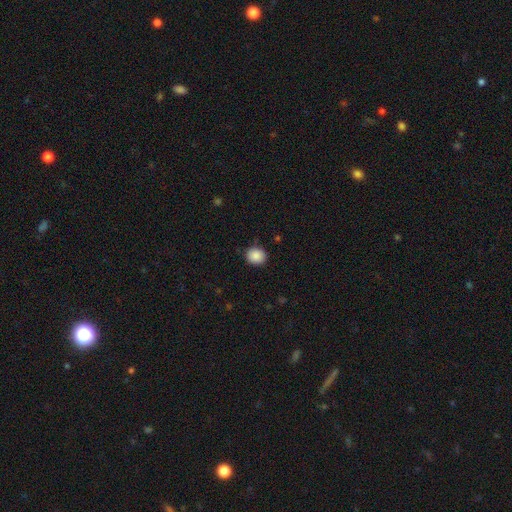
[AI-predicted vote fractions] smooth 88%, star or artifact 9%, featured or disk 3%. Down the decision tree: how rounded — round (73%); merging — none (86%).